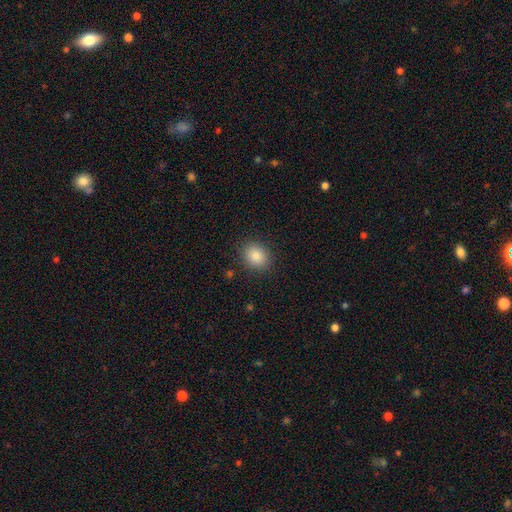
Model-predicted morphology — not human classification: smooth-or-featured: smooth: 85% | star or artifact: 10% | featured or disk: 5%
  how-rounded: round: 65% | in between: 34% | cigar-shaped: 1%
  merging: none: 89% | minor disturbance: 8% | major disturbance: 3% | merger: 1%